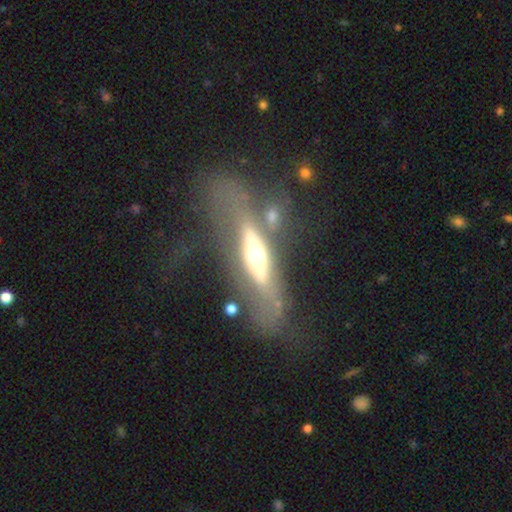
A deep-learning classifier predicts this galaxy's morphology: Q: Smooth or featured?
A: featured or disk (65%); runner-up: smooth (28%)
Q: Edge-on disk?
A: no (56%); runner-up: yes (44%)
Q: Merging?
A: none (41%); runner-up: major disturbance (32%)